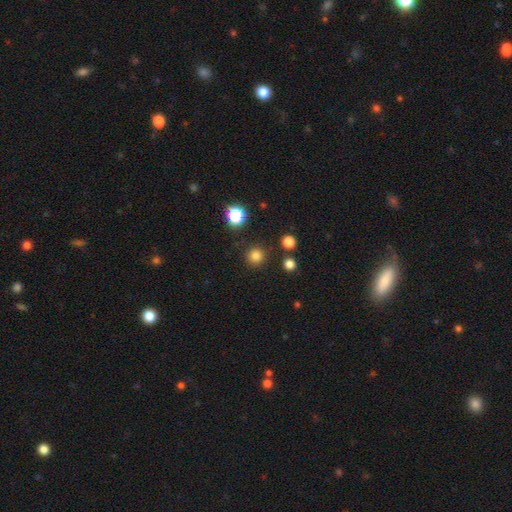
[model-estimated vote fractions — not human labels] Morphology: type=smooth (80%); roundness=round (95%); merging=none (89%).